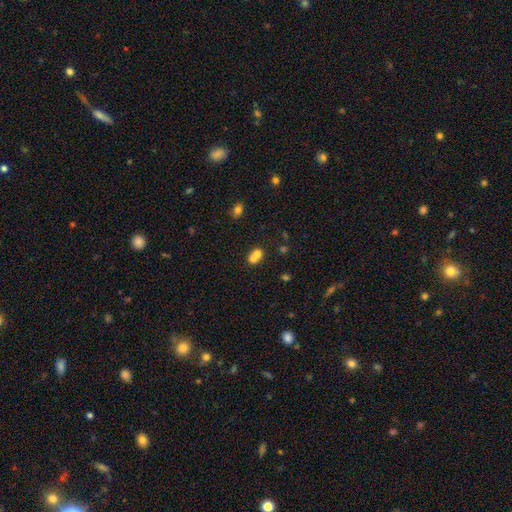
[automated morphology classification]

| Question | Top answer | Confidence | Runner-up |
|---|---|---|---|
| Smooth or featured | smooth | 70% | featured or disk (17%) |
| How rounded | round | 62% | in between (36%) |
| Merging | merger | 67% | none (24%) |